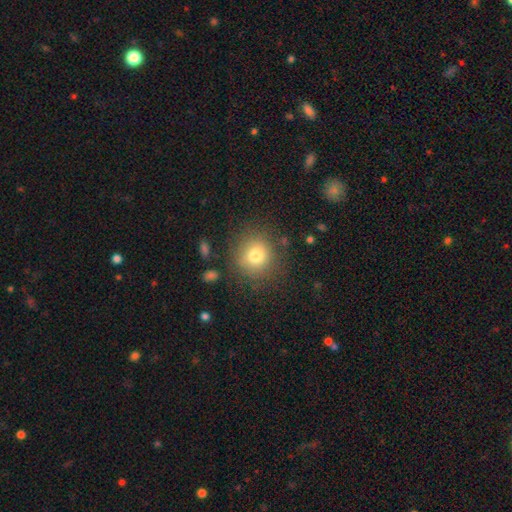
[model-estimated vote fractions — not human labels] Smooth or featured? smooth (78%)
How rounded? round (89%)
Merging? none (83%)